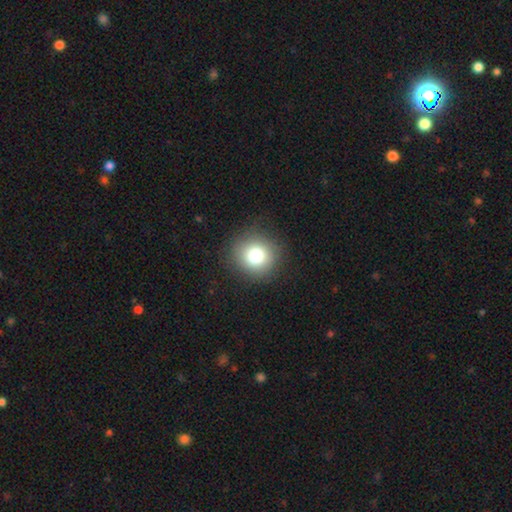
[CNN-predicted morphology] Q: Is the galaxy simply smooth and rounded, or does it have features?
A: smooth — 78%.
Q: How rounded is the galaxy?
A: round — 90%.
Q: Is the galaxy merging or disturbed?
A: none — 89%.